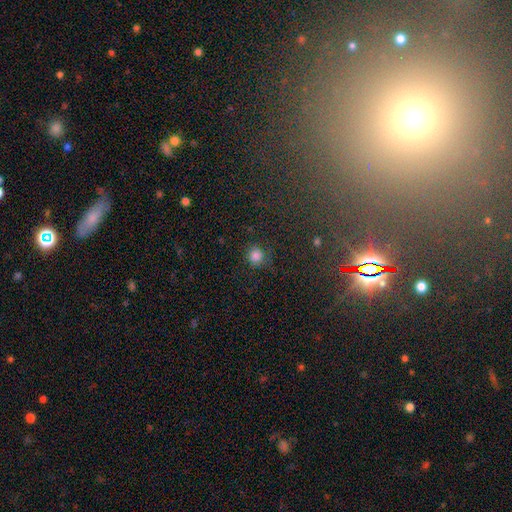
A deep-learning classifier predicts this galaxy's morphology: Overall: smooth (80%). How rounded: round (91%). Merging: none (81%).